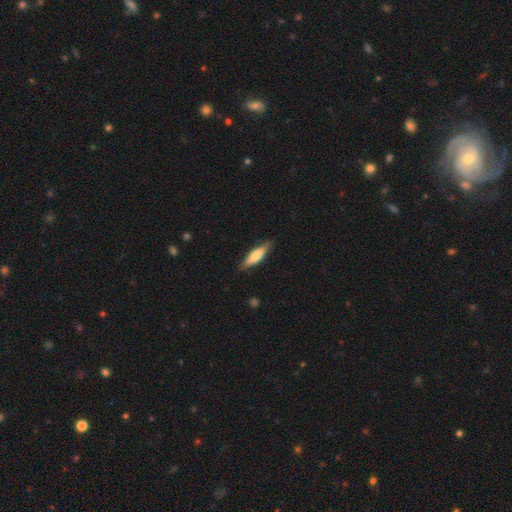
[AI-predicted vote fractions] A smooth galaxy with no disk features (63%) that is cigar-shaped (64%).

Vote fractions:
- Smooth or featured? smooth: 63% / featured or disk: 31% / star or artifact: 6%
- How rounded? cigar-shaped: 64% / in between: 34% / round: 2%
- Merging? none: 84% / minor disturbance: 13% / major disturbance: 2% / merger: 1%